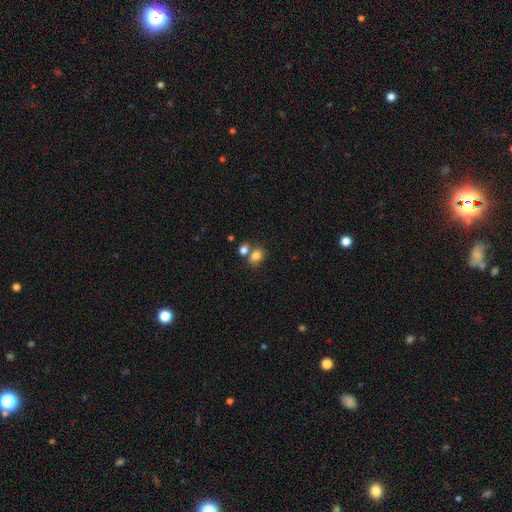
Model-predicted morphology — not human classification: The model was most divided on "how rounded": in between: 53%, round: 46%, cigar-shaped: 1%. More confident: smooth or featured — smooth (81%); merging — none (51%).